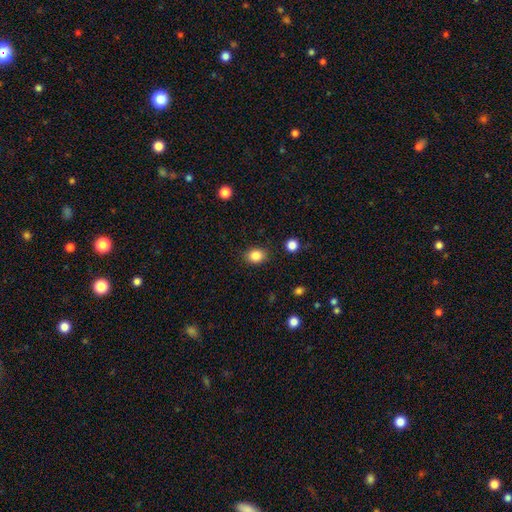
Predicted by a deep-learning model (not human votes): Smooth or featured? Predicted: smooth (p=0.85). How rounded? Predicted: round (p=0.51). Merging? Predicted: none (p=0.87).